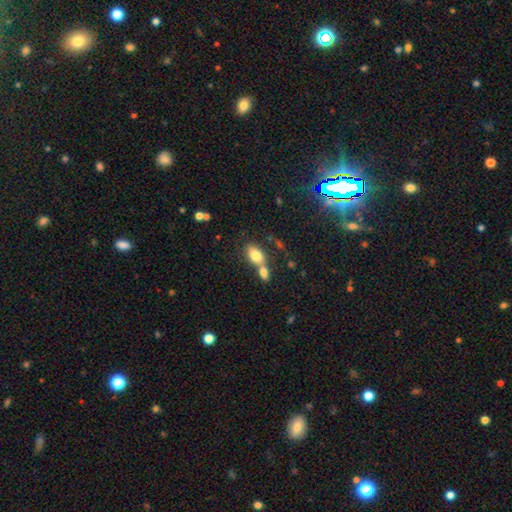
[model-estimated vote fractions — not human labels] smooth_or_featured: smooth (p=0.80) [alt: featured or disk p=0.12]
how_rounded: in between (p=0.86) [alt: round p=0.11]
merging: merger (p=0.54) [alt: none p=0.34]